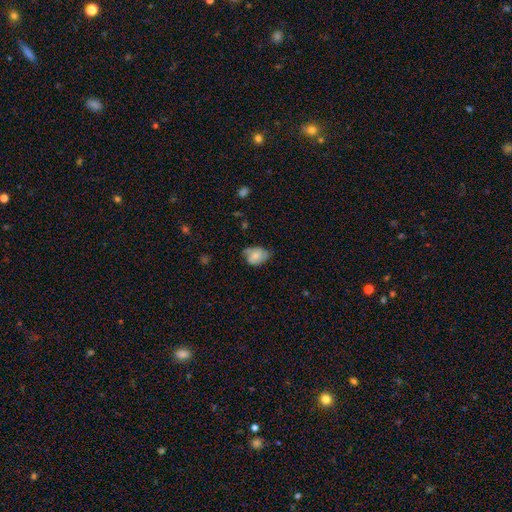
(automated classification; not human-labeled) Smooth or featured? Predicted: smooth (p=0.49). Merging? Predicted: none (p=0.48).